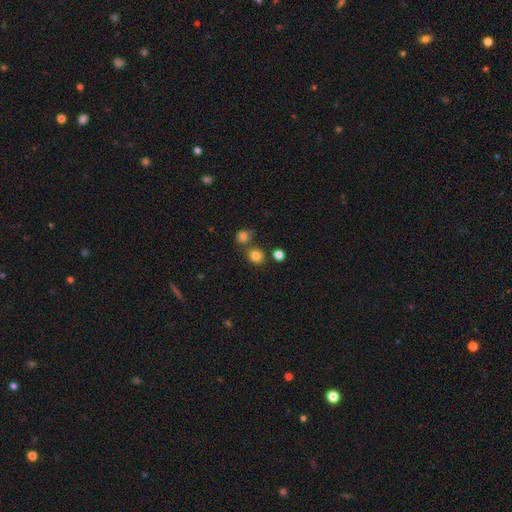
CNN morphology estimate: Overall: smooth (81%). How rounded: round (86%). Merging: none (71%).